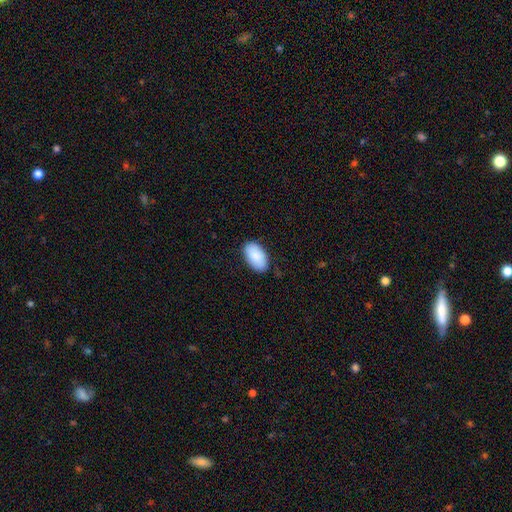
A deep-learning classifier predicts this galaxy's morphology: Overall: smooth (90%). How rounded: in between (95%). Merging: none (84%).